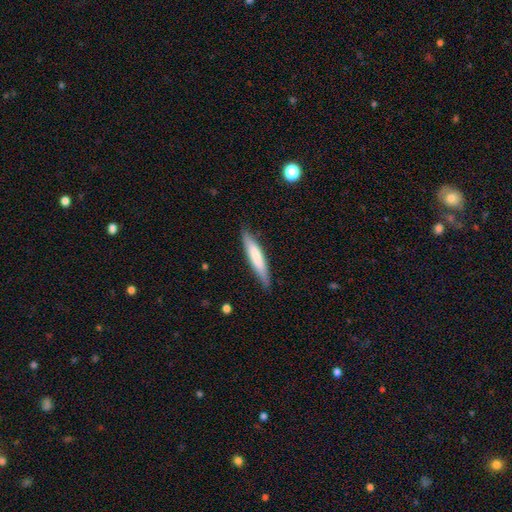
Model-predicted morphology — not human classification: type=smooth (68%); roundness=cigar-shaped (90%); merging=none (86%).